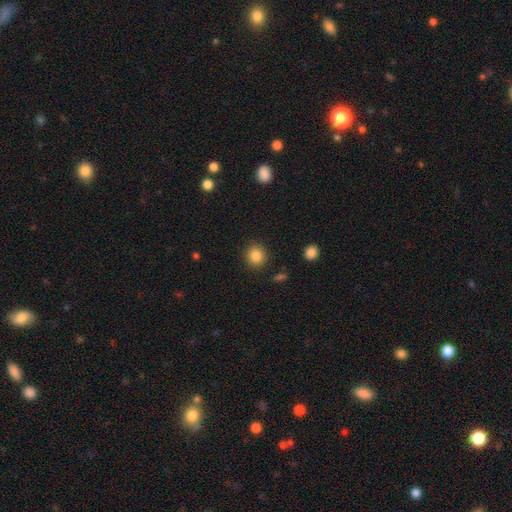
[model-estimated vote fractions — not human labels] Overall: smooth (86%). How rounded: round (86%). Merging: none (90%).